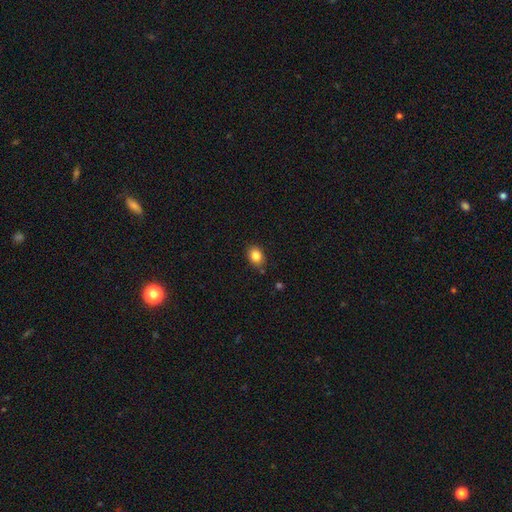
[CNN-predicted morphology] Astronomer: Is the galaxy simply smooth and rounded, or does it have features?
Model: smooth — 85%.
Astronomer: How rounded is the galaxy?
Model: in between — 60% (runner-up: round, 39%).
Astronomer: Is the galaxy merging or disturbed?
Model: none — 84%.